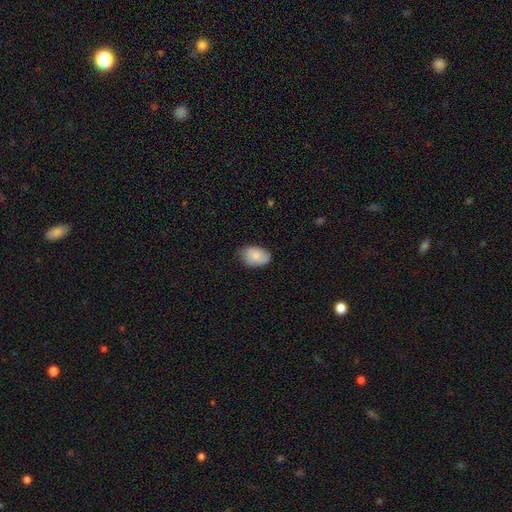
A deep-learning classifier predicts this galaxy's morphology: Smooth or featured?
  - smooth: 83% *
  - featured or disk: 11%
  - star or artifact: 6%
How rounded?
  - in between: 88% *
  - round: 10%
  - cigar-shaped: 1%
Merging?
  - none: 71% *
  - minor disturbance: 24%
  - major disturbance: 4%
  - merger: 1%